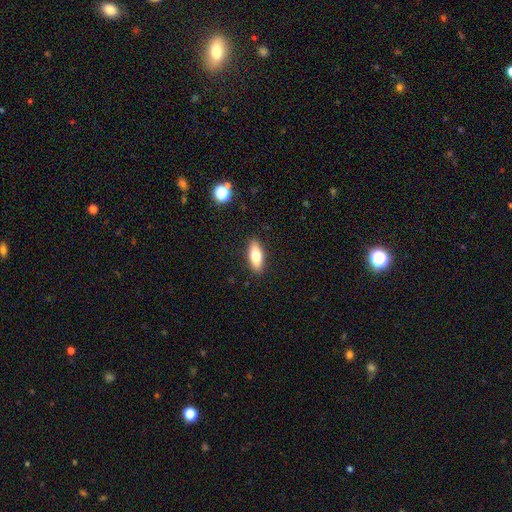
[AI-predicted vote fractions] Overall: smooth (70%). How rounded: in between (67%; cigar-shaped 30%). Merging: none (89%).